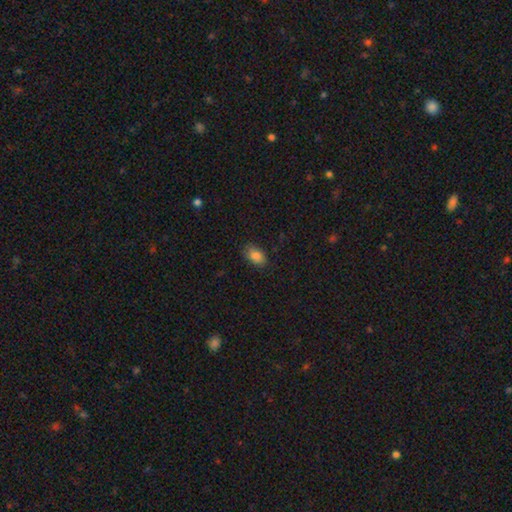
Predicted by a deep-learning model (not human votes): Smooth or featured: smooth — 86% (star or artifact — 9%)
How rounded: in between — 89% (round — 10%)
Merging: none — 82% (minor disturbance — 14%)